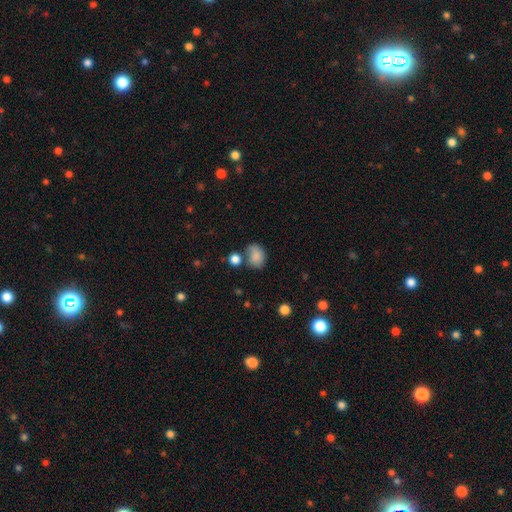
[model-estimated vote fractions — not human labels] Smooth or featured: smooth — 80% (star or artifact — 10%)
How rounded: in between — 57% (round — 42%)
Merging: none — 48% (minor disturbance — 24%)